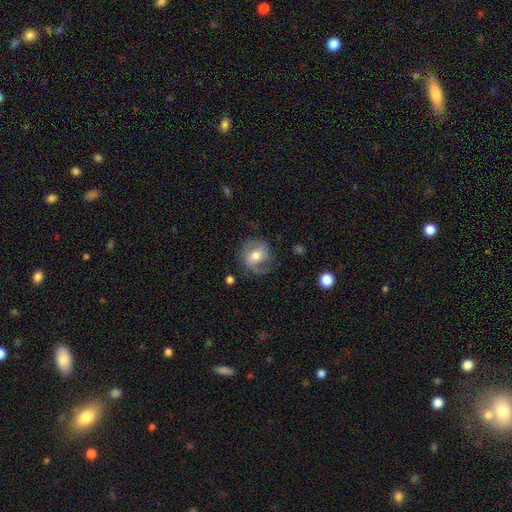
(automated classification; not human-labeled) Overall: featured or disk (56%; smooth 37%). Edge-on disk: no (96%). Bar: weak (42%; no 32%). Spiral arms: yes (77%). Bulge size: moderate (71%). Merging: none (64%).